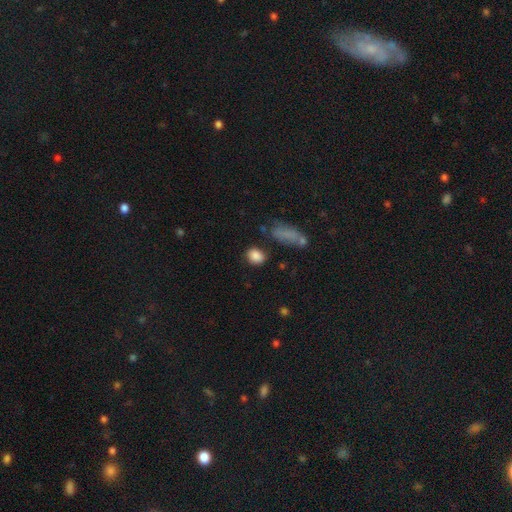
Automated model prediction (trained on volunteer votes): This appears to be a smooth galaxy with no disk features (86%) that is in between round and cigar-shaped (51%). Merging: none (75%).